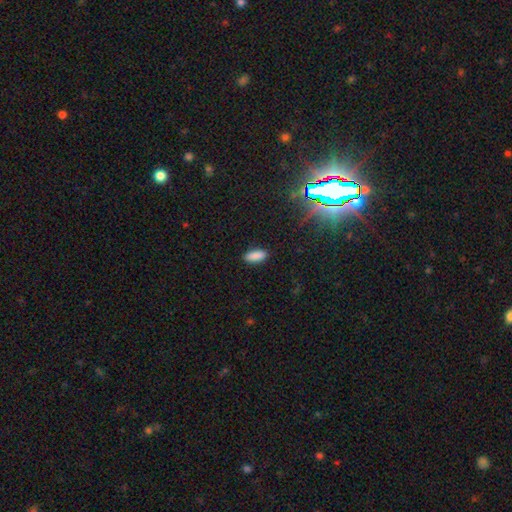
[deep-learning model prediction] A smooth galaxy with no disk features (87%) that is in between round and cigar-shaped (79%).

Vote fractions:
- Smooth or featured? smooth: 87% / star or artifact: 9% / featured or disk: 4%
- How rounded? in between: 79% / cigar-shaped: 19% / round: 2%
- Merging? none: 88% / minor disturbance: 9% / major disturbance: 2% / merger: 1%